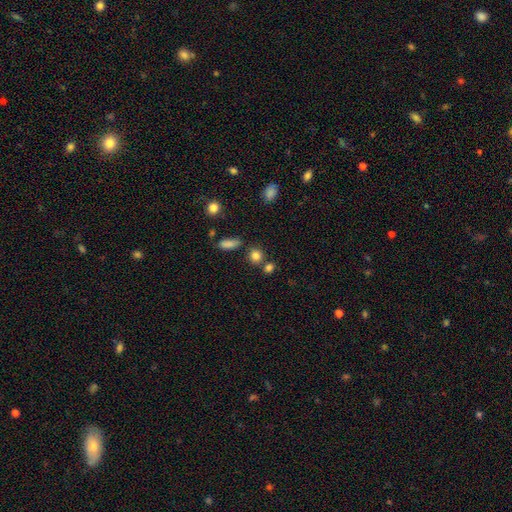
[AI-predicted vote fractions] A smooth galaxy with no disk features (82%) that is round (78%).

Vote fractions:
- Smooth or featured? smooth: 82% / star or artifact: 12% / featured or disk: 6%
- How rounded? round: 78% / in between: 20% / cigar-shaped: 2%
- Merging? none: 67% / merger: 19% / minor disturbance: 10% / major disturbance: 4%